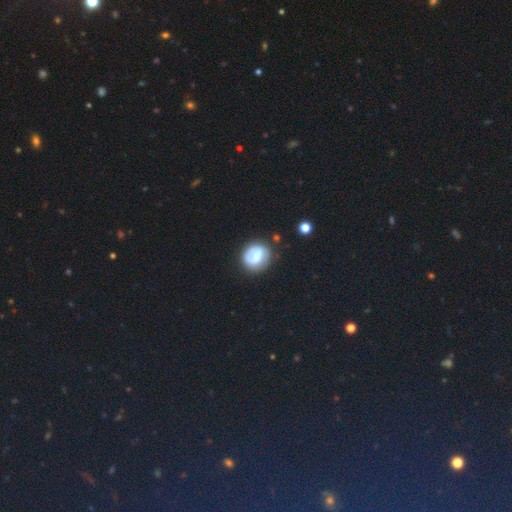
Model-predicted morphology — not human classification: Smooth or featured: smooth — 46% (featured or disk — 44%)
Merging: none — 65% (minor disturbance — 22%)